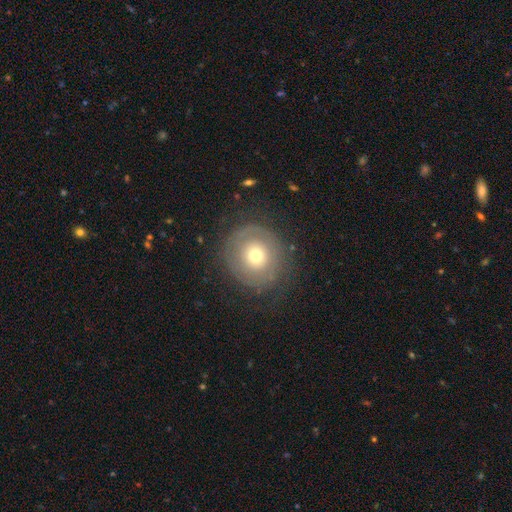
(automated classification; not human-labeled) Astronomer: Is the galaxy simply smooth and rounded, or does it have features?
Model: smooth — 52% (runner-up: featured or disk, 39%).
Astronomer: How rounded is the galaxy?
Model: round — 88%.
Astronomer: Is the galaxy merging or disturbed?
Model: none — 75%.